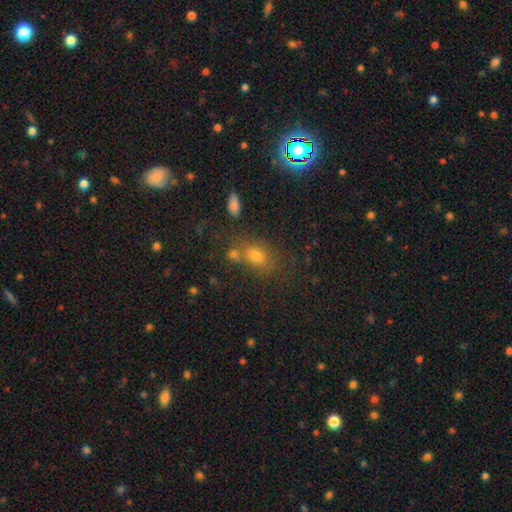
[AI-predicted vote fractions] smooth_or_featured: smooth (p=0.65) [alt: star or artifact p=0.22]
how_rounded: in between (p=0.59) [alt: round p=0.38]
merging: none (p=0.62) [alt: merger p=0.18]